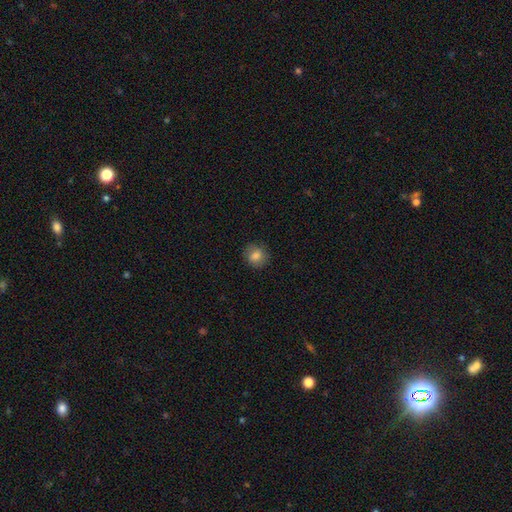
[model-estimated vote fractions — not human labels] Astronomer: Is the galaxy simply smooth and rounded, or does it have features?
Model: smooth — 82%.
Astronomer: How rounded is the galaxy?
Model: round — 79%.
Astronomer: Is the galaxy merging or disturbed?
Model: none — 84%.